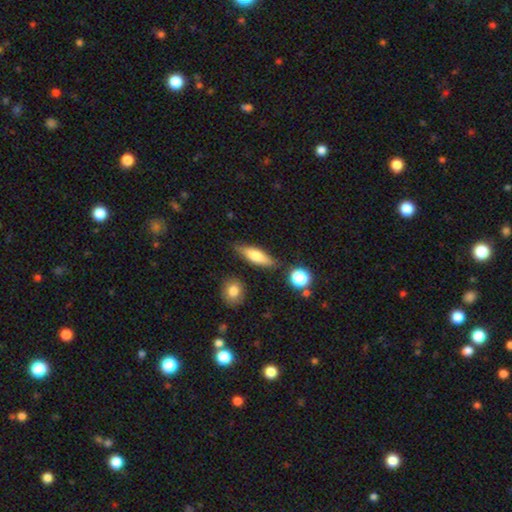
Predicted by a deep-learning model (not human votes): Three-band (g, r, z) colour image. It shows a smooth galaxy with no disk features (66%) that is in between round and cigar-shaped (52%). Merging: none (78%).